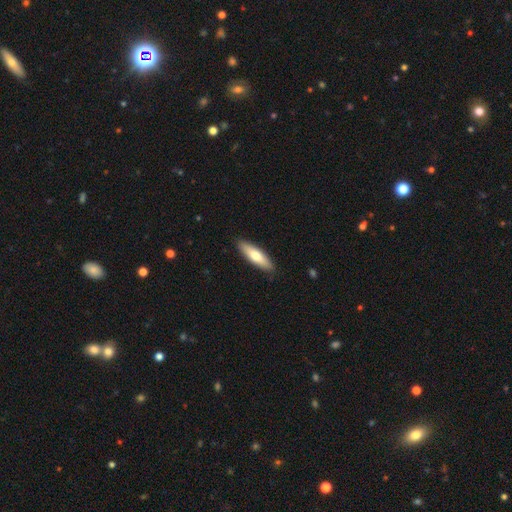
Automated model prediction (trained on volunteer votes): This appears to be a smooth galaxy with no disk features (65%) that is cigar-shaped (61%). Merging: none (90%).